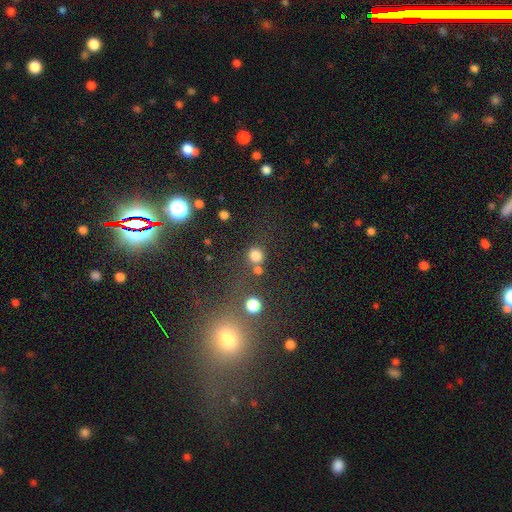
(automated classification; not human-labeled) Morphology: type=smooth (78%); roundness=round (89%); merging=none (72%).